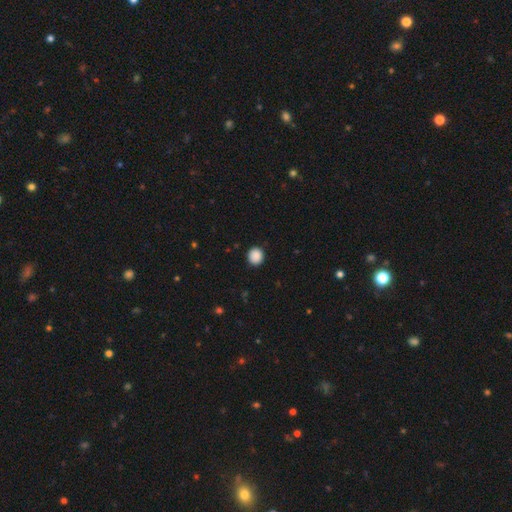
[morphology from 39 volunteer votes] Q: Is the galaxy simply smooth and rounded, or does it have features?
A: smooth — 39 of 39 (100%).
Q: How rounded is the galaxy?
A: round — 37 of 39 (95%).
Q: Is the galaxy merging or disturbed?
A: none — 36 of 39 (92%).